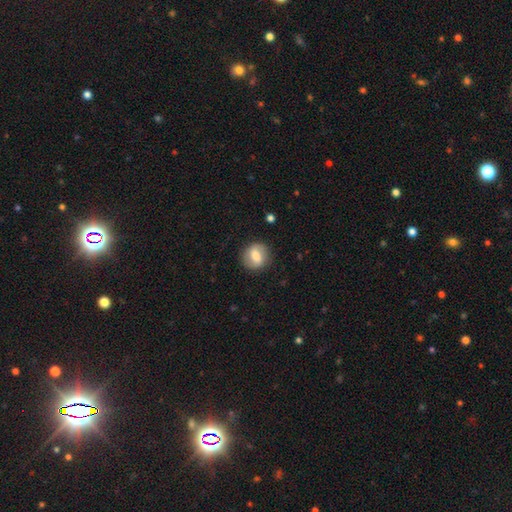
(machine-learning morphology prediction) Q: Smooth or featured?
A: smooth (64%); runner-up: featured or disk (29%)
Q: How rounded?
A: round (79%); runner-up: in between (19%)
Q: Merging?
A: none (85%); runner-up: minor disturbance (10%)